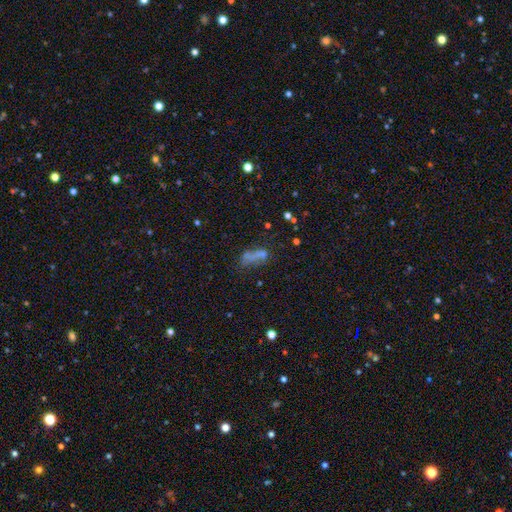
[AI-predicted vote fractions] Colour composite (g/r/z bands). It shows a smooth galaxy with no disk features (56%) that is in between round and cigar-shaped (58%). Merging: none (39%).